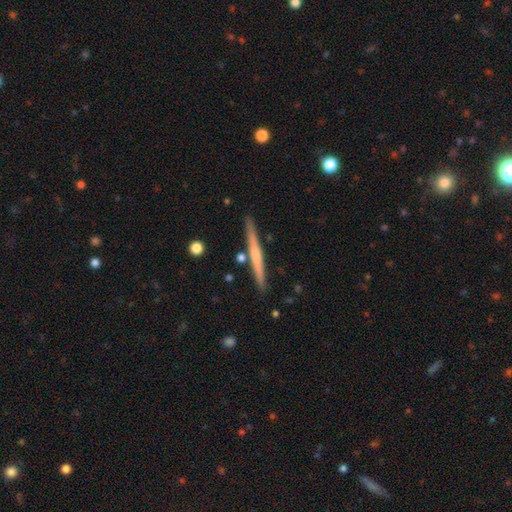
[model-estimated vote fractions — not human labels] A featured or disk galaxy (52%) viewed edge-on (97%) with no central bulge (63%). Merging: none (87%).